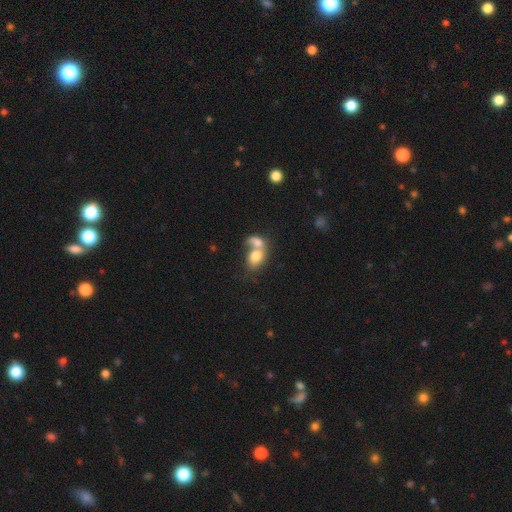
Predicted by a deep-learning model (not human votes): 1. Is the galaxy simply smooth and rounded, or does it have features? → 76% smooth, 16% featured or disk, 8% star or artifact.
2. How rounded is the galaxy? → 71% in between, 27% round, 2% cigar-shaped.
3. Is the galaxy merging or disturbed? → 70% merger, 18% none, 7% minor disturbance, 5% major disturbance.